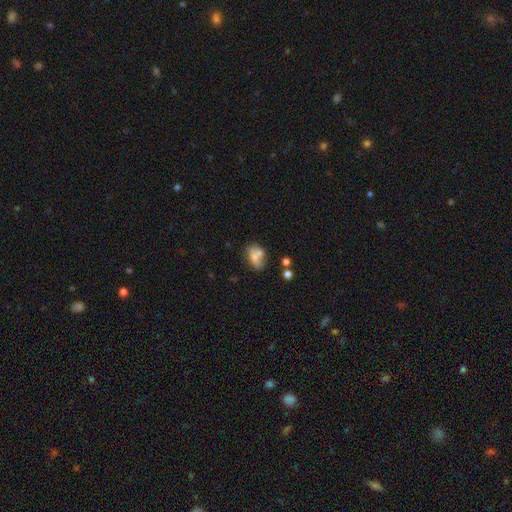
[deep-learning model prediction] This appears to be a smooth galaxy with no disk features (60%) that is in between round and cigar-shaped (76%). Merging: merger (38%).